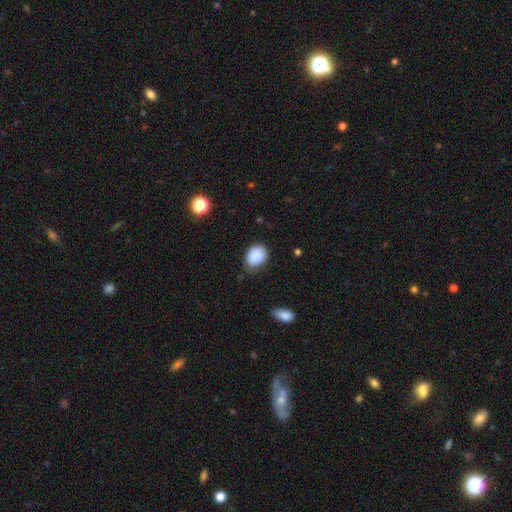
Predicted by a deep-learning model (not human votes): Smooth or featured? Predicted: smooth (p=0.88). How rounded? Predicted: in between (p=0.62). Merging? Predicted: none (p=0.68).